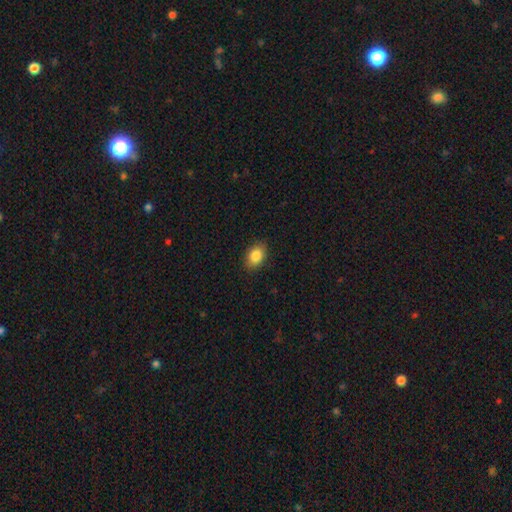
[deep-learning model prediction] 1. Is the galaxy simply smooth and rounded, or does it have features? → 86% smooth, 8% star or artifact, 6% featured or disk.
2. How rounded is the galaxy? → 82% in between, 17% round, 1% cigar-shaped.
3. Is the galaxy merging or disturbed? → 87% none, 10% minor disturbance, 2% major disturbance, 1% merger.